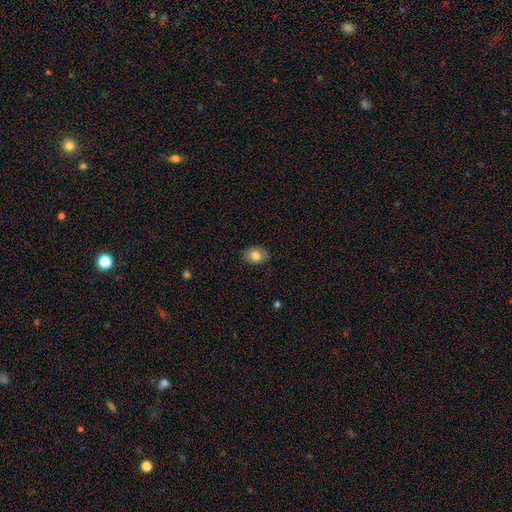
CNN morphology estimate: A smooth galaxy with no disk features (81%) that is in between round and cigar-shaped (67%). Merging: none (86%).